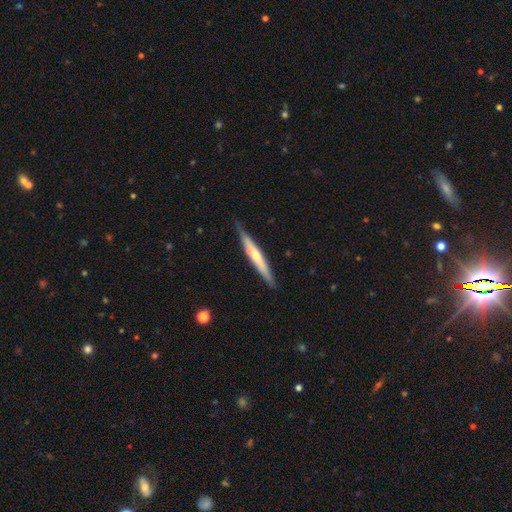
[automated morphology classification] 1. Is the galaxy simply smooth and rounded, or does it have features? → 55% featured or disk, 40% smooth, 5% star or artifact.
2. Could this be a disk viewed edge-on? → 93% yes, 7% no.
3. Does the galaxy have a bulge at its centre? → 65% rounded, 29% none, 6% boxy.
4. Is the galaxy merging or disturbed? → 80% none, 15% minor disturbance, 3% merger, 2% major disturbance.